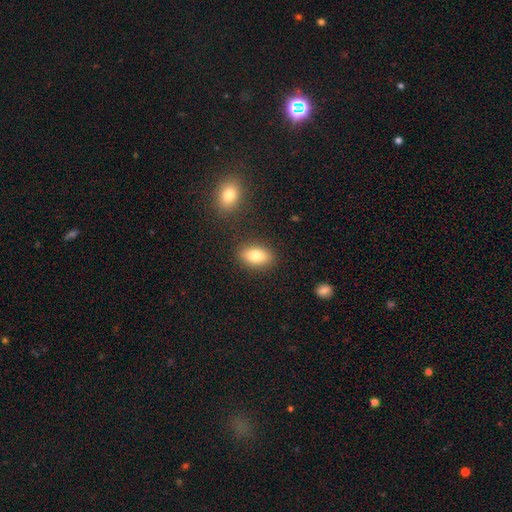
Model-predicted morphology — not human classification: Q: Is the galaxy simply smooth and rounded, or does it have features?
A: smooth — 79%.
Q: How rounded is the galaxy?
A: in between — 87%.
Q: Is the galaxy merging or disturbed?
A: none — 86%.